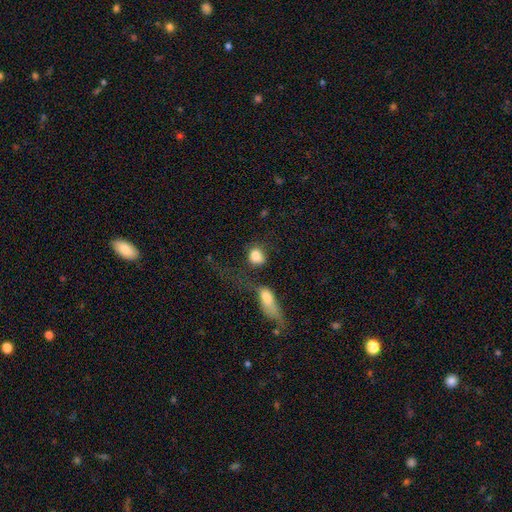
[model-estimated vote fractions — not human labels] Smooth or featured: smooth — 82% (featured or disk — 9%)
How rounded: round — 60% (in between — 37%)
Merging: none — 39% (merger — 28%)